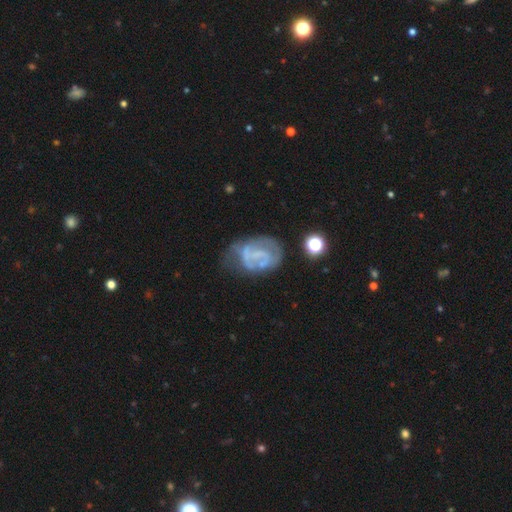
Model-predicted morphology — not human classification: type=featured or disk (68%); edge-on=no (97%); bar=no (52%); spiral arms=yes (58%); bulge=none (63%); merging=none (43%).